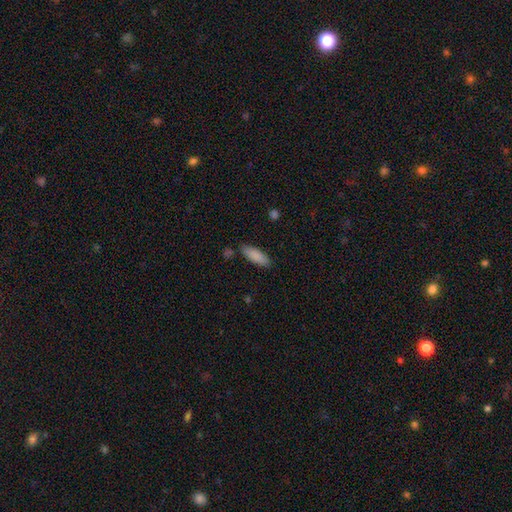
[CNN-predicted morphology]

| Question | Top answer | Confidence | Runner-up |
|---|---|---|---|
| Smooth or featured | smooth | 87% | featured or disk (7%) |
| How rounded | in between | 62% | cigar-shaped (37%) |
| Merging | none | 80% | minor disturbance (14%) |